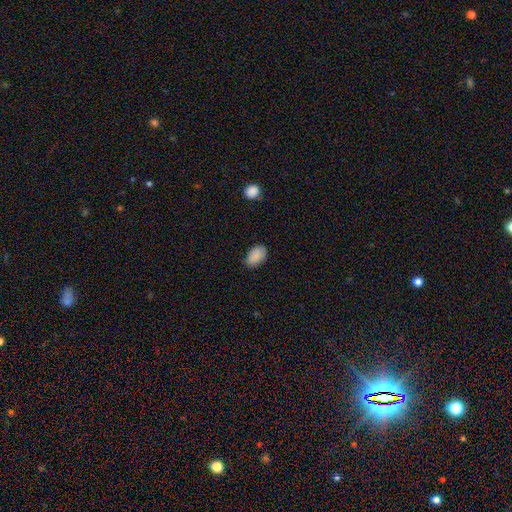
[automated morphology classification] Smooth or featured: smooth — 87% (star or artifact — 8%)
How rounded: in between — 90% (round — 9%)
Merging: none — 79% (minor disturbance — 17%)